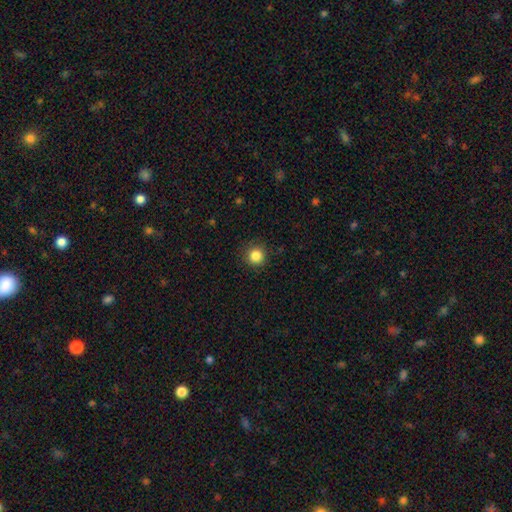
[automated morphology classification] type=smooth (85%); roundness=round (95%); merging=none (91%).